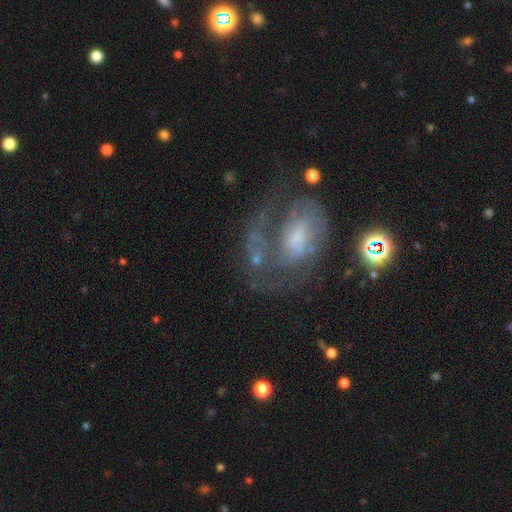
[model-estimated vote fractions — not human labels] featured or disk 74%, smooth 17%, star or artifact 9%. Down the decision tree: edge-on disk — no (97%); bar — weak (44%); spiral arms — yes (78%); spiral arm count — 2 (41%); spiral winding — medium (43%); bulge size — small (33%, tied with moderate); merging — none (41%).